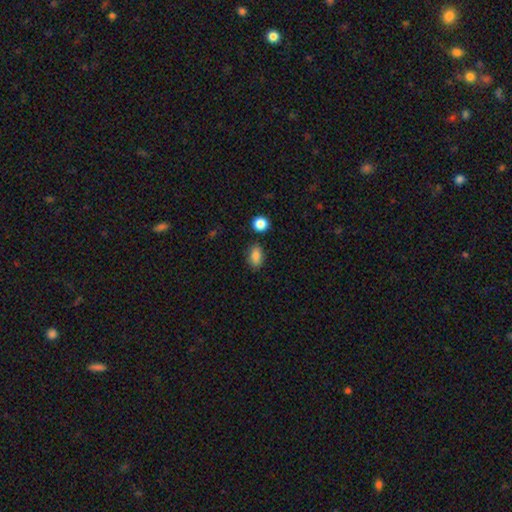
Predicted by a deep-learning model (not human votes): Q: Smooth or featured?
A: smooth (85%); runner-up: star or artifact (9%)
Q: How rounded?
A: in between (83%); runner-up: round (15%)
Q: Merging?
A: none (81%); runner-up: minor disturbance (12%)